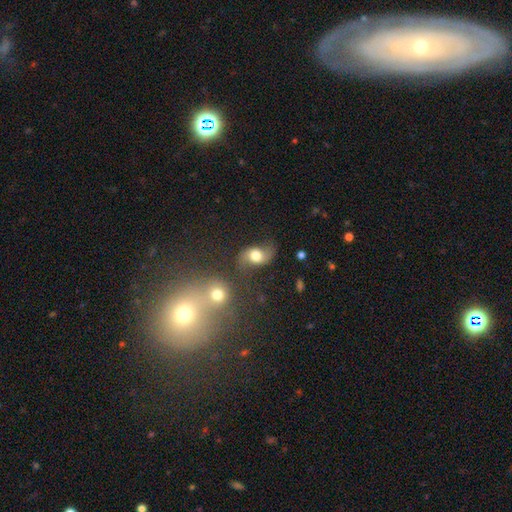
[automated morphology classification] A featured or disk galaxy (52%).

Vote fractions:
- Smooth or featured? featured or disk: 52% / smooth: 39% / star or artifact: 10%
- Edge-on disk? no: 95% / yes: 5%
- Merging? none: 63% / minor disturbance: 21% / major disturbance: 11% / merger: 6%